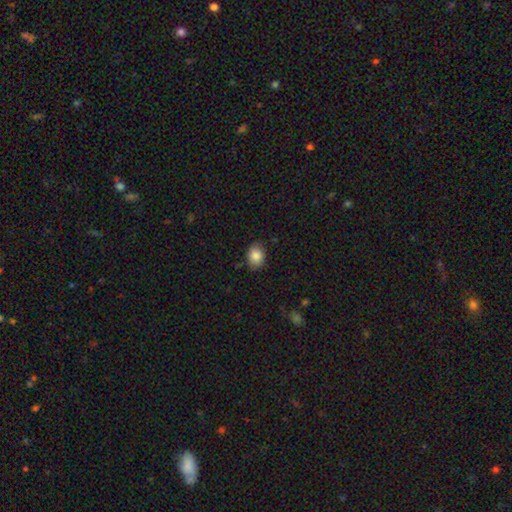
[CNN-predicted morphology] This appears to be a smooth galaxy with no disk features (86%) that is in between round and cigar-shaped (68%). Merging: none (82%).